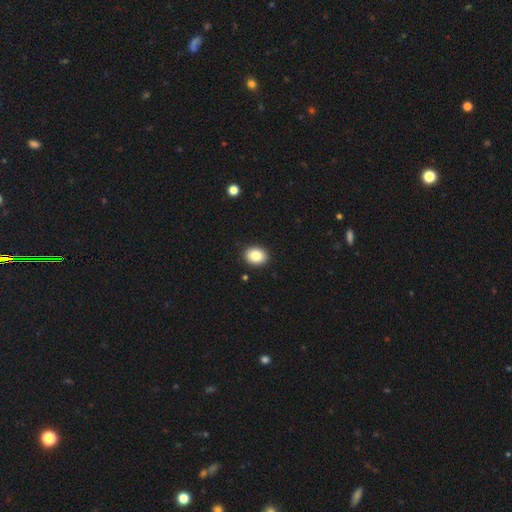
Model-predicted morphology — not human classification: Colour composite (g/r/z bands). It shows a smooth galaxy with no disk features (86%) that is in between round and cigar-shaped (51%). Merging: none (91%).